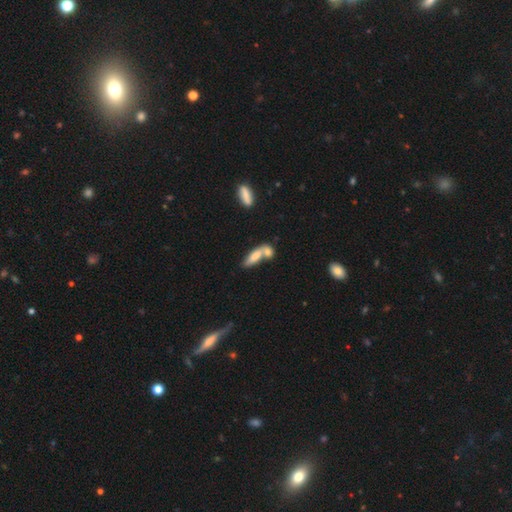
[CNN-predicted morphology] A smooth galaxy with no disk features (75%) that is in between round and cigar-shaped (65%).

Vote fractions:
- Smooth or featured? smooth: 75% / featured or disk: 18% / star or artifact: 8%
- How rounded? in between: 65% / cigar-shaped: 32% / round: 3%
- Merging? merger: 57% / none: 28% / minor disturbance: 10% / major disturbance: 5%